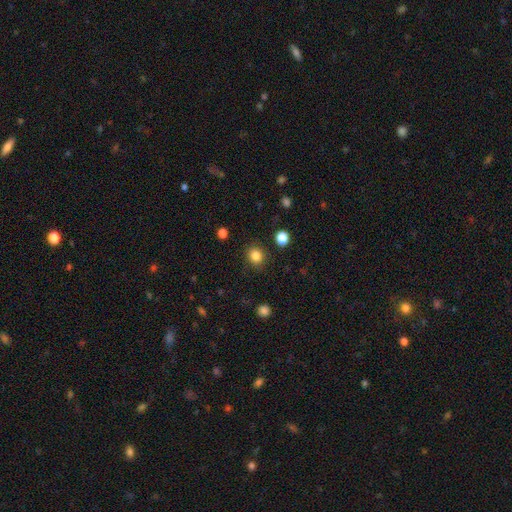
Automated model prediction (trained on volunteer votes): Smooth or featured? smooth (84%)
How rounded? round (82%)
Merging? none (87%)